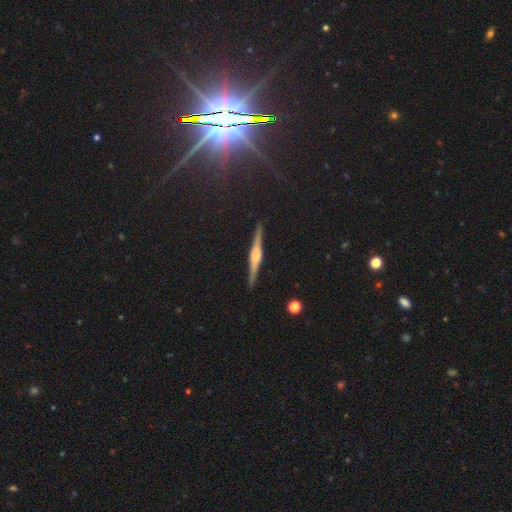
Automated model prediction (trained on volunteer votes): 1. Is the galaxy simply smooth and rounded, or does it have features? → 81% featured or disk, 13% smooth, 7% star or artifact.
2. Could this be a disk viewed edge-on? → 98% yes, 2% no.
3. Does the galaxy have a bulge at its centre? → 59% rounded, 35% boxy, 7% none.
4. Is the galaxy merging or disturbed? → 91% none, 7% minor disturbance, 1% major disturbance, 1% merger.